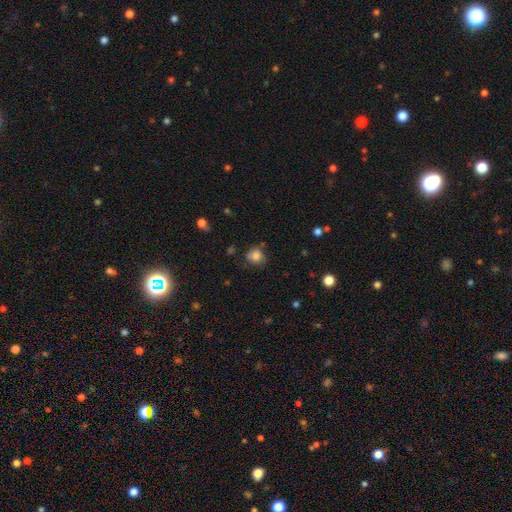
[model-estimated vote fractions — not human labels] Smooth or featured?
  - smooth: 80% *
  - star or artifact: 12%
  - featured or disk: 9%
How rounded?
  - round: 80% *
  - in between: 19%
  - cigar-shaped: 1%
Merging?
  - none: 73% *
  - minor disturbance: 20%
  - major disturbance: 5%
  - merger: 3%